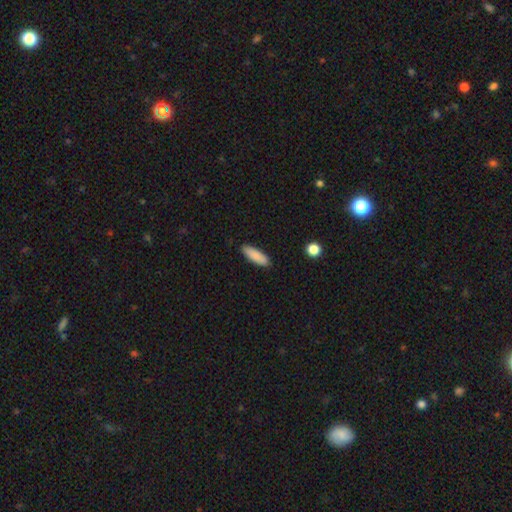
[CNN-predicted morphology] The model was most divided on "how rounded": cigar-shaped: 50%, in between: 48%, round: 2%. More confident: merging — none (88%); smooth or featured — smooth (87%).